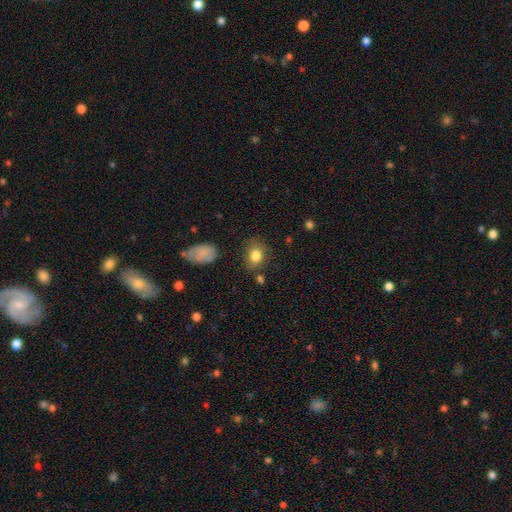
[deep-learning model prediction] smooth_or_featured: smooth (p=0.83) [alt: star or artifact p=0.09]
how_rounded: in between (p=0.56) [alt: round p=0.42]
merging: none (p=0.74) [alt: minor disturbance p=0.17]